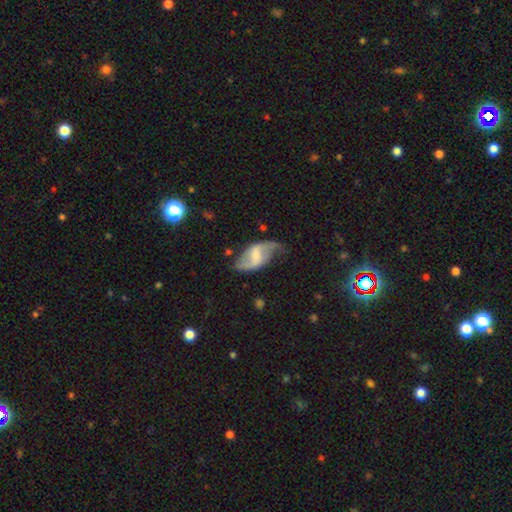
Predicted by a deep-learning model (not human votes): smooth_or_featured: featured or disk (p=0.77) [alt: smooth p=0.18]
disk_edge_on: no (p=0.96) [alt: yes p=0.04]
bar: weak (p=0.51) [alt: strong p=0.31]
has_spiral_arms: yes (p=0.91) [alt: no p=0.09]
spiral_winding: loose (p=0.66) [alt: medium p=0.26]
spiral_arm_count: 2 (p=0.87) [alt: 1 p=0.06]
bulge_size: moderate (p=0.37) [alt: small p=0.36]
merging: none (p=0.56) [alt: minor disturbance p=0.26]